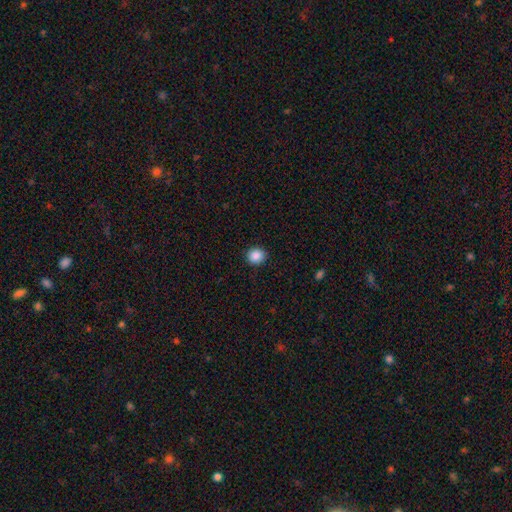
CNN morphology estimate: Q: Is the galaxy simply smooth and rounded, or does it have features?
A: smooth — 88%.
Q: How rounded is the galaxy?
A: round — 83%.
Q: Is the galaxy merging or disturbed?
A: none — 91%.